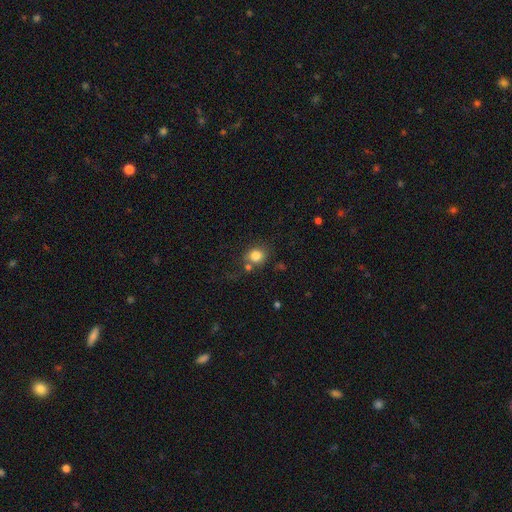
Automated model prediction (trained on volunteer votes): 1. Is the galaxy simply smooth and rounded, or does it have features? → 81% smooth, 11% star or artifact, 7% featured or disk.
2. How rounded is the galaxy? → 77% round, 22% in between, 1% cigar-shaped.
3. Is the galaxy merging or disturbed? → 65% none, 15% merger, 14% minor disturbance, 6% major disturbance.